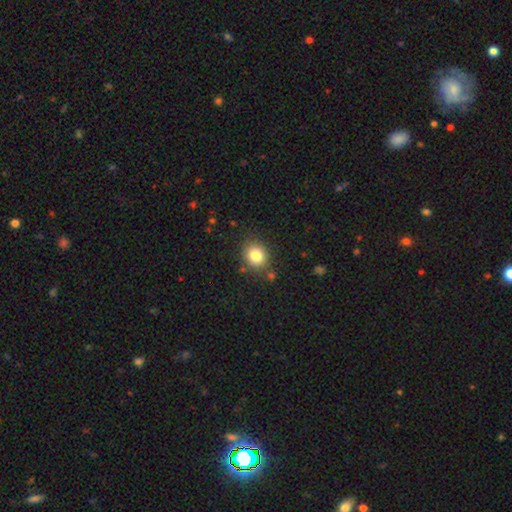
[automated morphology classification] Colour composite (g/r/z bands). It shows a smooth galaxy with no disk features (82%) that is round (72%). Merging: none (83%).